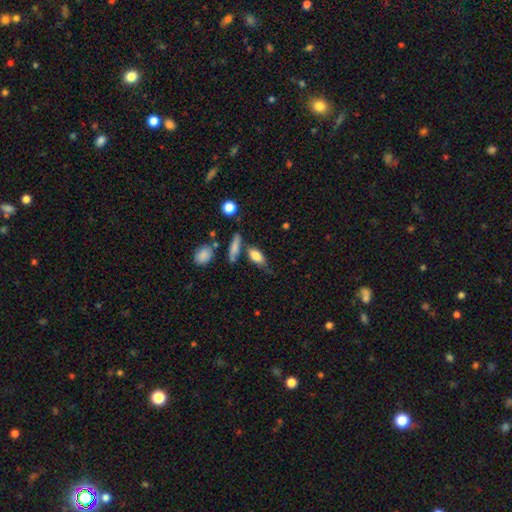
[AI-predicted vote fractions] A smooth galaxy with no disk features (78%) that is in between round and cigar-shaped (78%).

Vote fractions:
- Smooth or featured? smooth: 78% / featured or disk: 14% / star or artifact: 7%
- How rounded? in between: 78% / cigar-shaped: 18% / round: 4%
- Merging? none: 64% / minor disturbance: 18% / merger: 12% / major disturbance: 6%